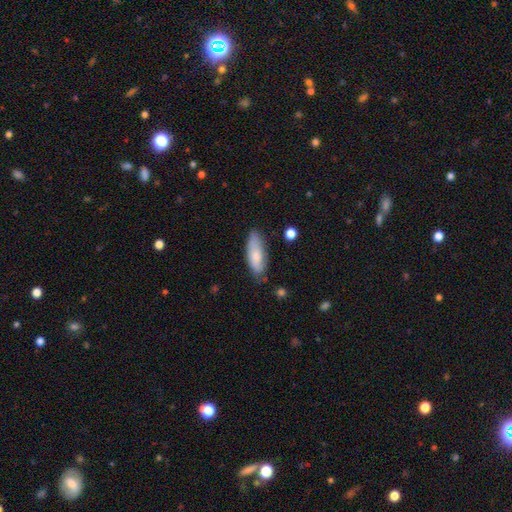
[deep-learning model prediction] The model was most divided on "how rounded": in between: 68%, cigar-shaped: 30%, round: 2%. More confident: smooth or featured — smooth (74%); merging — none (71%).